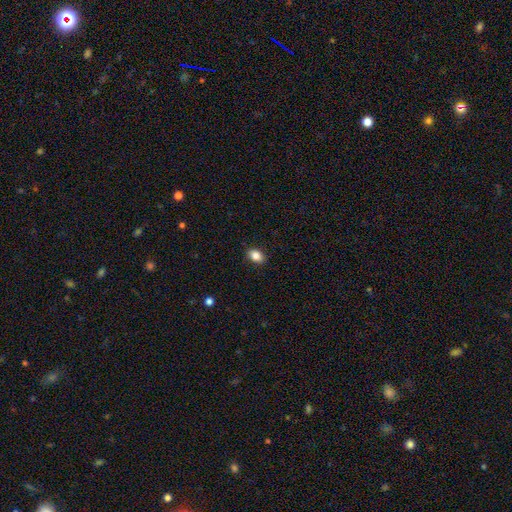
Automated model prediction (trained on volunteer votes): Morphology: type=smooth (84%); roundness=in between (79%); merging=none (89%).